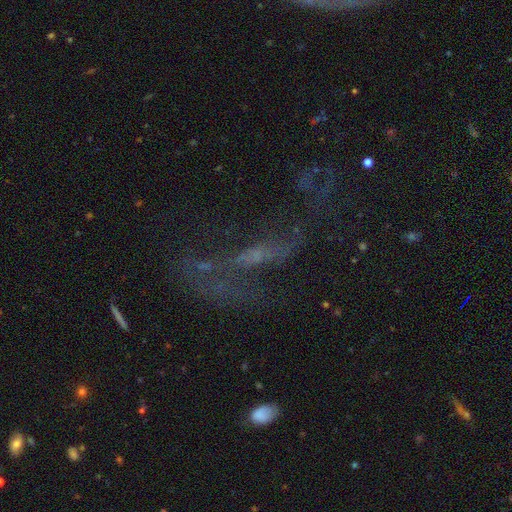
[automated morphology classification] The model was most divided on "merging": none: 39%, major disturbance: 38%, minor disturbance: 15%, merger: 8%. More confident: edge-on disk — no (84%); smooth or featured — featured or disk (55%).